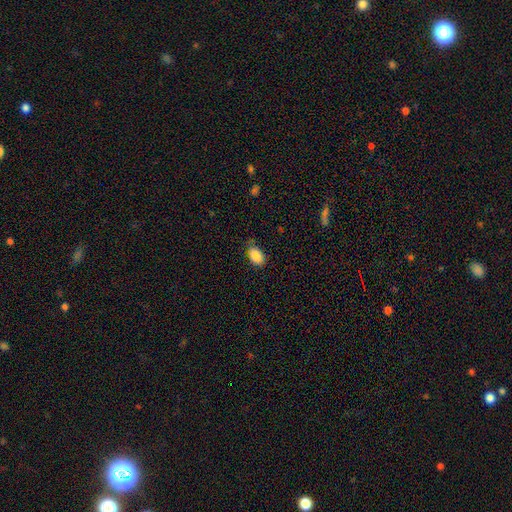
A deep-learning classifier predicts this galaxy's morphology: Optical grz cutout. It shows a smooth galaxy with no disk features (88%) that is in between round and cigar-shaped (91%). Merging: none (75%).